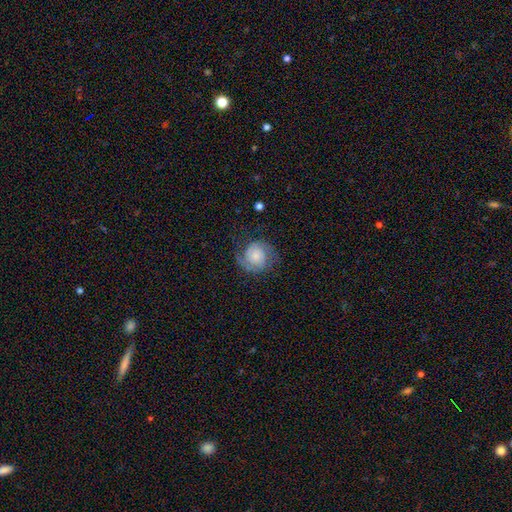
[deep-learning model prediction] The model was most divided on "spiral winding": medium: 42%, tight: 39%, loose: 19%. Remaining: edge-on disk — no (98%); spiral arms — yes (95%); spiral arm count — 2 (84%); bar — no (73%); smooth or featured — featured or disk (72%); merging — none (70%); bulge size — small (46%).